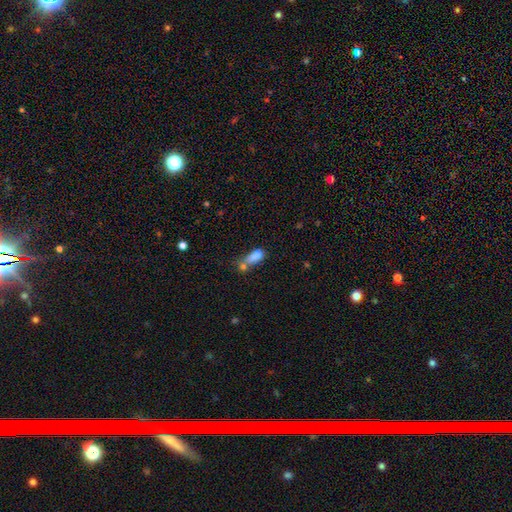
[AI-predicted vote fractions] The model was most divided on "merging": merger: 47%, none: 22%, minor disturbance: 16%, major disturbance: 15%. More confident: smooth or featured — smooth (73%); how rounded — in between (69%).